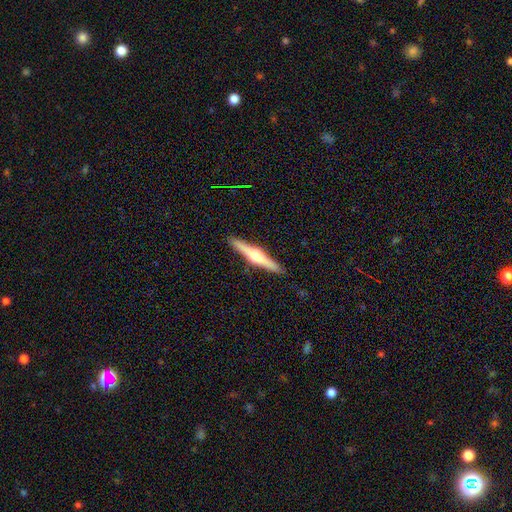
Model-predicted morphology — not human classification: Q: Smooth or featured?
A: featured or disk (68%); runner-up: smooth (26%)
Q: Edge-on disk?
A: yes (98%); runner-up: no (2%)
Q: Edge-on bulge?
A: rounded (86%); runner-up: boxy (10%)
Q: Merging?
A: none (91%); runner-up: minor disturbance (6%)